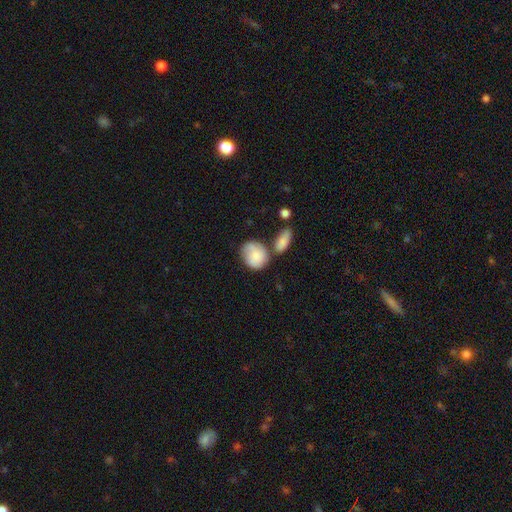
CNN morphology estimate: Smooth or featured: smooth — 75% (featured or disk — 19%)
How rounded: round — 58% (in between — 41%)
Merging: none — 42% (merger — 25%)